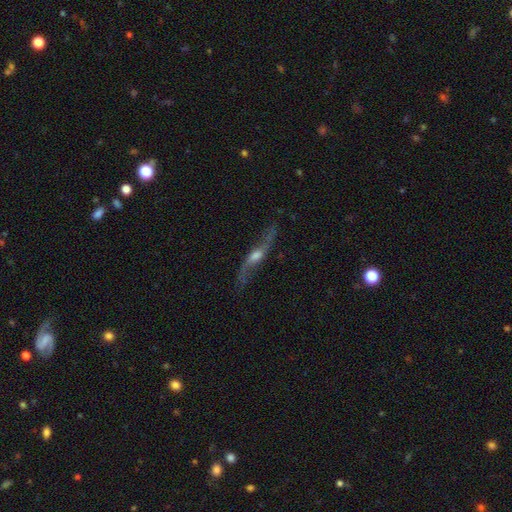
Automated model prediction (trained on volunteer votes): A featured or disk galaxy (81%). Merging: none (72%).